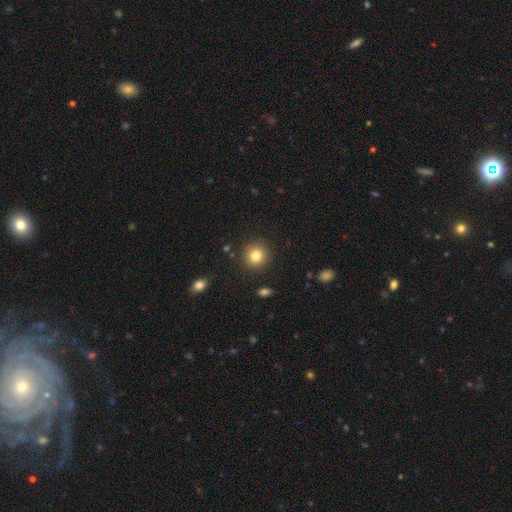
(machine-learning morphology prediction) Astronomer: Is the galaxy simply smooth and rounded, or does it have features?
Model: smooth — 83%.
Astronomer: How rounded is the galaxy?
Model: round — 91%.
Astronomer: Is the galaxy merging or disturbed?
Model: none — 90%.